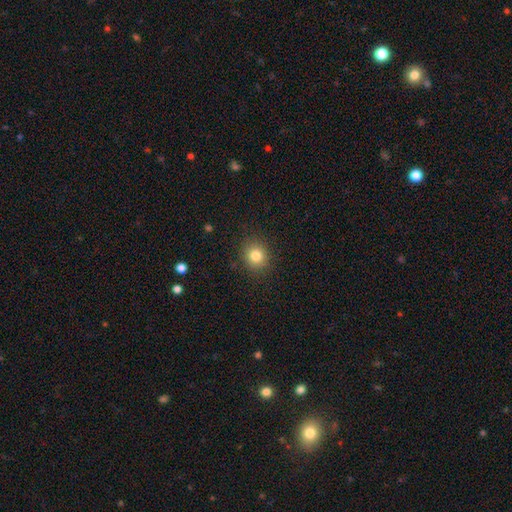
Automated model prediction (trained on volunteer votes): The model was most divided on "how rounded": round: 83%, in between: 16%, cigar-shaped: 1%. More confident: merging — none (89%); smooth or featured — smooth (82%).